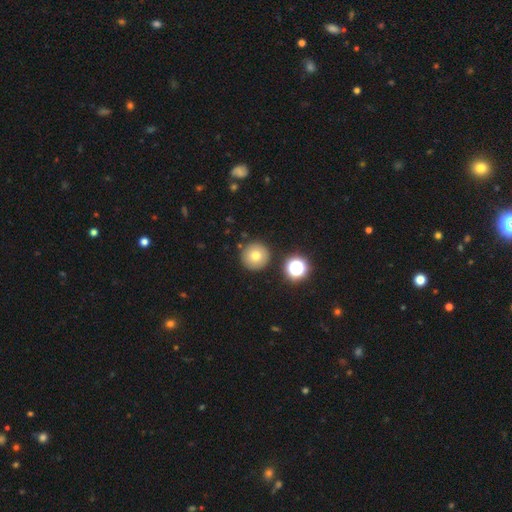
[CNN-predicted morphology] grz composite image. It shows a smooth galaxy with no disk features (75%) that is round (96%). Merging: none (88%).